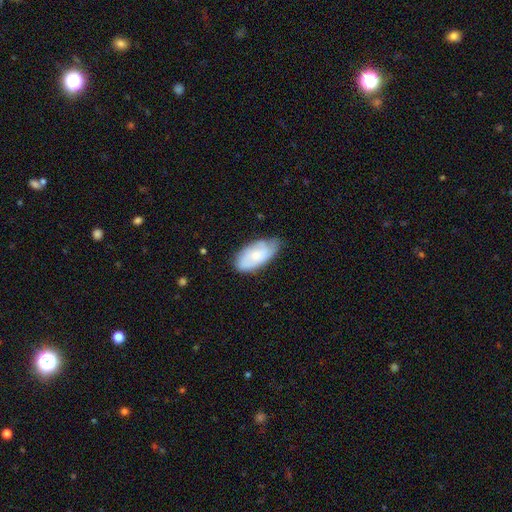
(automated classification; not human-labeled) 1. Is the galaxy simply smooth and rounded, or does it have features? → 52% smooth, 42% featured or disk, 6% star or artifact.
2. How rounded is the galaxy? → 92% in between, 5% cigar-shaped, 3% round.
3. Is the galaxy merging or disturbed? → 67% none, 27% minor disturbance, 5% major disturbance, 1% merger.